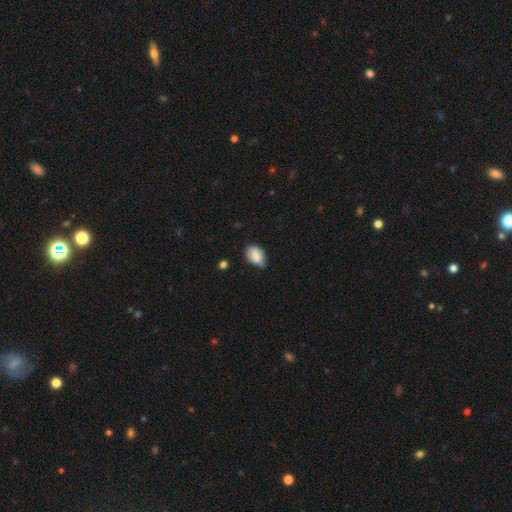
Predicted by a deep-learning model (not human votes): Smooth or featured? smooth (82%)
How rounded? in between (82%)
Merging? none (55%)